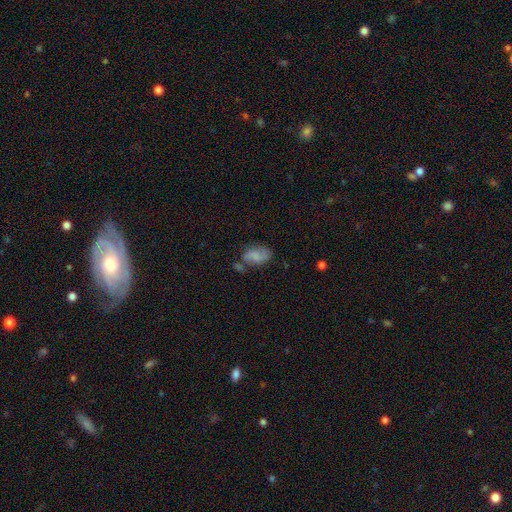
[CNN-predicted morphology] smooth 50%, featured or disk 41%, star or artifact 10%. Down the decision tree: merging — none (56%).